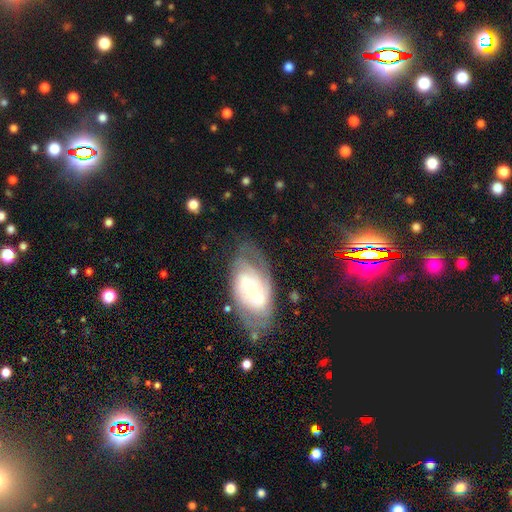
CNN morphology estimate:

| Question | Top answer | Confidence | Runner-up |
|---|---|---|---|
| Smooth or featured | featured or disk | 61% | smooth (22%) |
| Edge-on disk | no | 89% | yes (11%) |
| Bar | weak | 42% | no (34%) |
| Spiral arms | yes | 79% | no (21%) |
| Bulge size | small | 48% | moderate (31%) |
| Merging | none | 74% | minor disturbance (17%) |